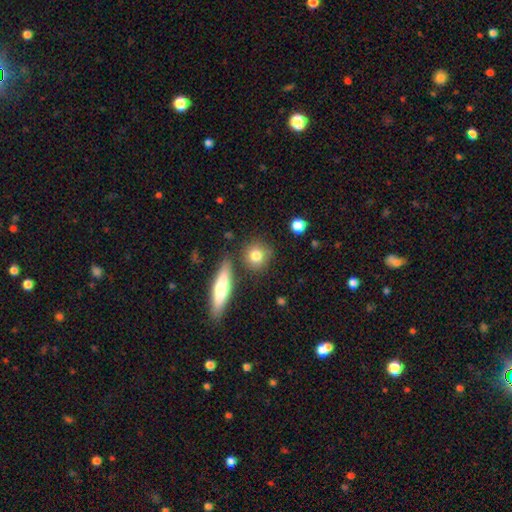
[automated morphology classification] Smooth or featured: smooth — 80% (featured or disk — 12%)
How rounded: round — 79% (in between — 17%)
Merging: none — 78% (minor disturbance — 11%)